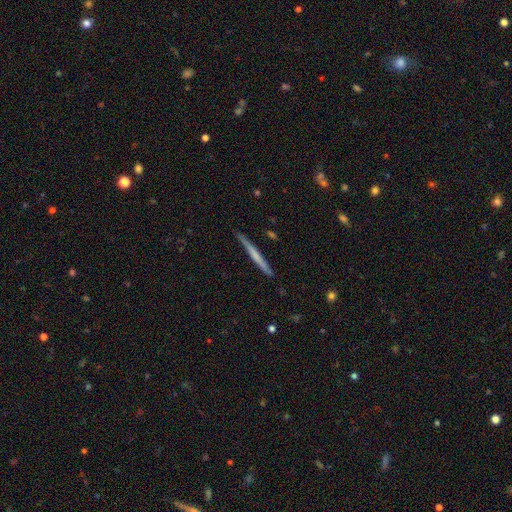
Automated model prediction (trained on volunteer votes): Overall: featured or disk (50%; smooth 45%). Merging: none (87%).